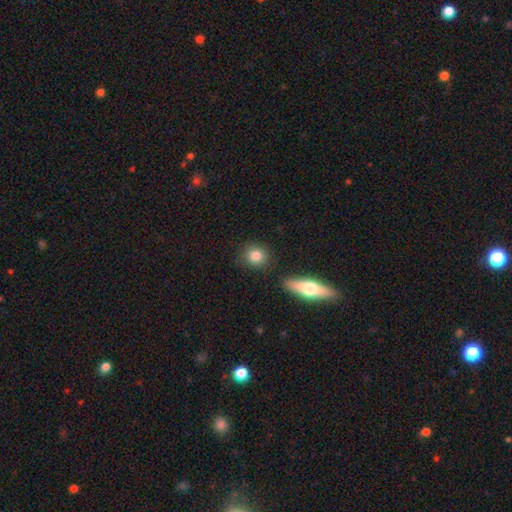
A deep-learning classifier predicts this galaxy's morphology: A smooth galaxy with no disk features (83%) that is round (83%).

Vote fractions:
- Smooth or featured? smooth: 83% / star or artifact: 9% / featured or disk: 8%
- How rounded? round: 83% / in between: 15% / cigar-shaped: 2%
- Merging? none: 84% / minor disturbance: 9% / merger: 4% / major disturbance: 2%